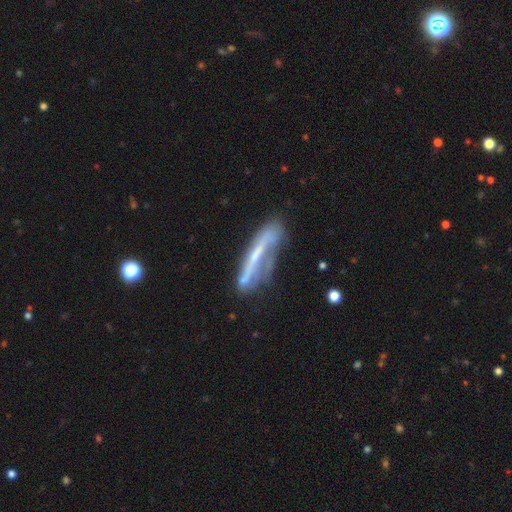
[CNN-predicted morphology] Smooth or featured: featured or disk — 62% (smooth — 30%)
Edge-on disk: yes — 58% (no — 42%)
Merging: none — 45% (minor disturbance — 27%)